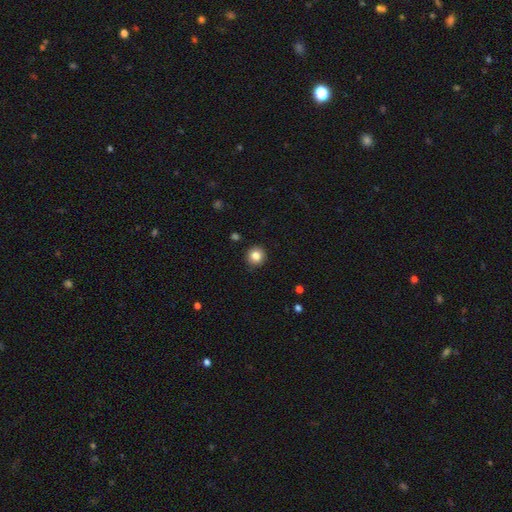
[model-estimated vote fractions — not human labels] Smooth or featured?
  - smooth: 84% *
  - star or artifact: 10%
  - featured or disk: 6%
How rounded?
  - round: 94% *
  - in between: 5%
  - cigar-shaped: 1%
Merging?
  - none: 92% *
  - minor disturbance: 5%
  - major disturbance: 2%
  - merger: 1%